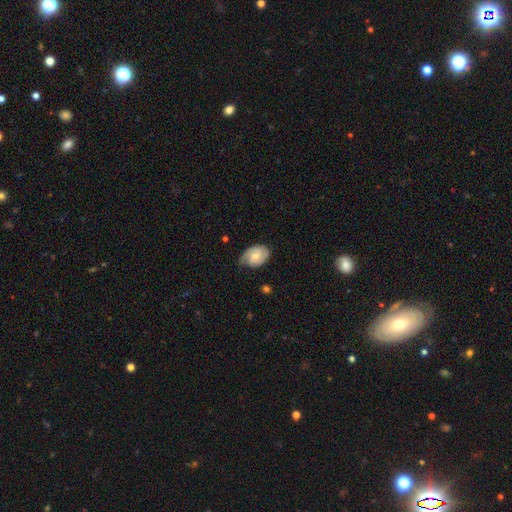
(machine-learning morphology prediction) smooth_or_featured: featured or disk (p=0.61) [alt: smooth p=0.32]
disk_edge_on: no (p=0.96) [alt: yes p=0.04]
bar: no (p=0.57) [alt: weak p=0.36]
has_spiral_arms: yes (p=0.89) [alt: no p=0.11]
spiral_winding: tight (p=0.53) [alt: medium p=0.35]
spiral_arm_count: 2 (p=0.63) [alt: can't tell p=0.17]
bulge_size: moderate (p=0.50) [alt: small p=0.43]
merging: none (p=0.62) [alt: minor disturbance p=0.29]